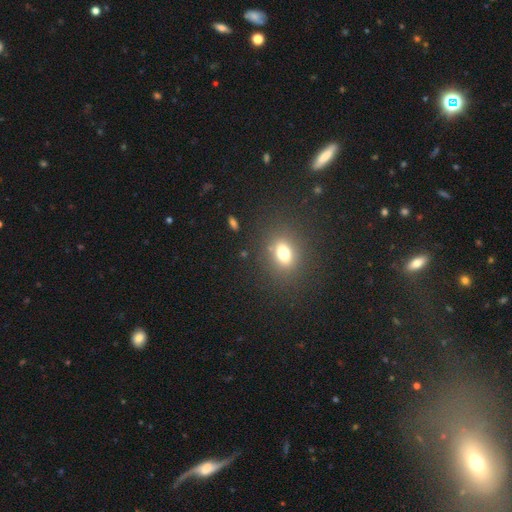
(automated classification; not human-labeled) A smooth galaxy with no disk features (62%) that is round (49%).

Vote fractions:
- Smooth or featured? smooth: 62% / star or artifact: 27% / featured or disk: 10%
- How rounded? round: 49% / in between: 48% / cigar-shaped: 3%
- Merging? none: 88% / minor disturbance: 7% / major disturbance: 3% / merger: 2%